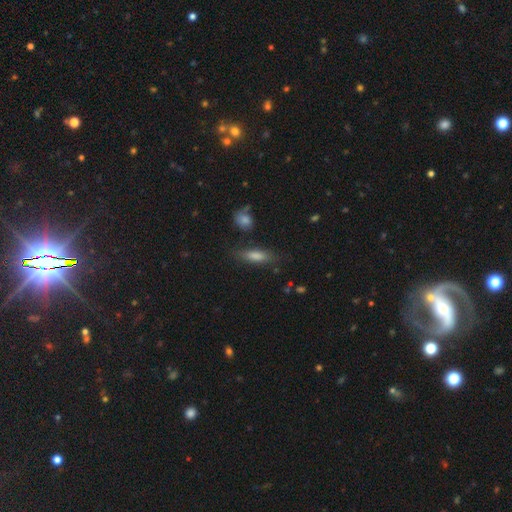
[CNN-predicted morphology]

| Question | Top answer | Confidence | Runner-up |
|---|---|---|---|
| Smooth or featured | smooth | 68% | featured or disk (21%) |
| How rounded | cigar-shaped | 56% | in between (41%) |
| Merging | none | 76% | minor disturbance (15%) |